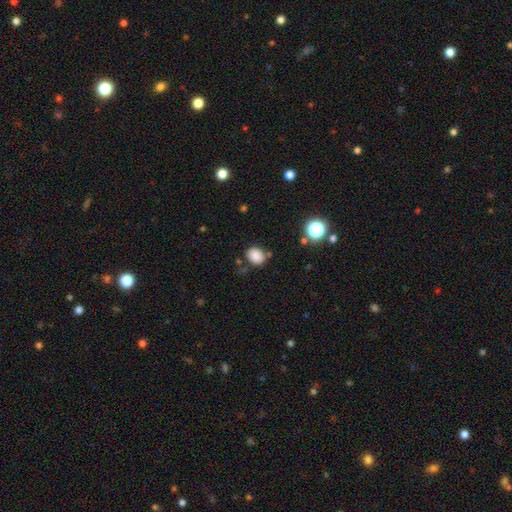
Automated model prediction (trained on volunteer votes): Q: Smooth or featured?
A: smooth (82%); runner-up: star or artifact (12%)
Q: How rounded?
A: round (51%); runner-up: in between (48%)
Q: Merging?
A: none (74%); runner-up: minor disturbance (15%)